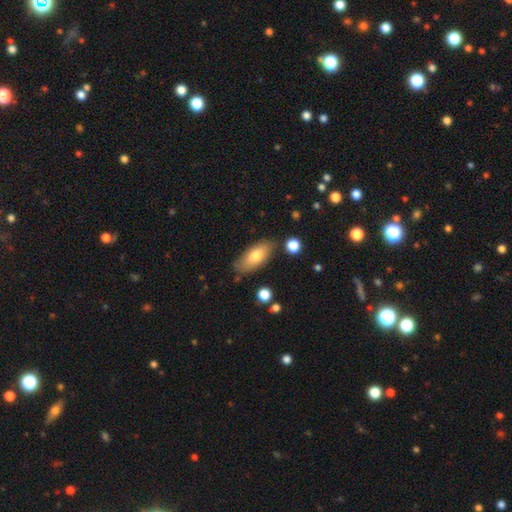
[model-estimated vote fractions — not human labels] smooth_or_featured: smooth (p=0.76) [alt: featured or disk p=0.17]
how_rounded: in between (p=0.86) [alt: cigar-shaped p=0.11]
merging: none (p=0.78) [alt: minor disturbance p=0.15]